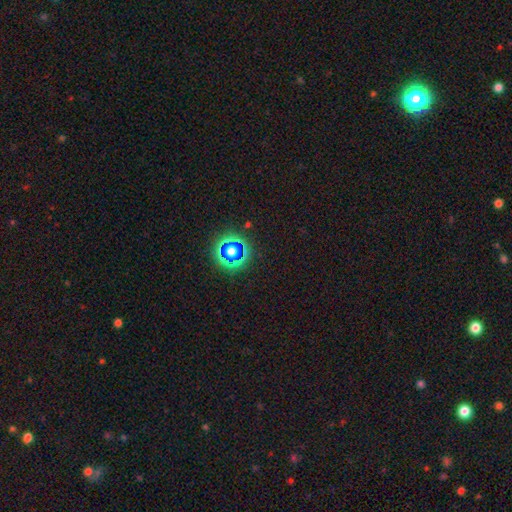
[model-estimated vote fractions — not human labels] A star or artifact, not a galaxy (79%).